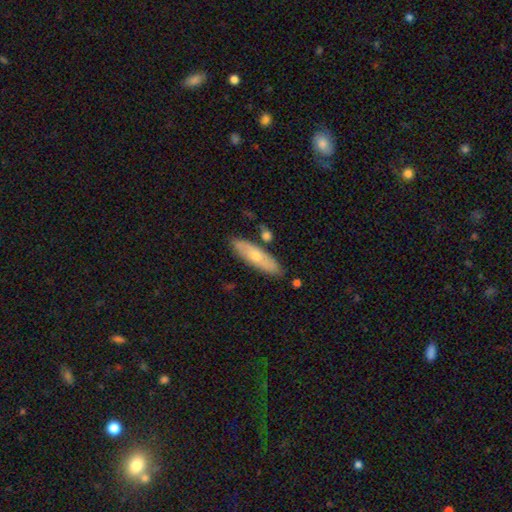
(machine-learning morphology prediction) Smooth or featured: smooth — 57% (featured or disk — 37%)
How rounded: cigar-shaped — 62% (in between — 36%)
Merging: none — 81% (minor disturbance — 11%)